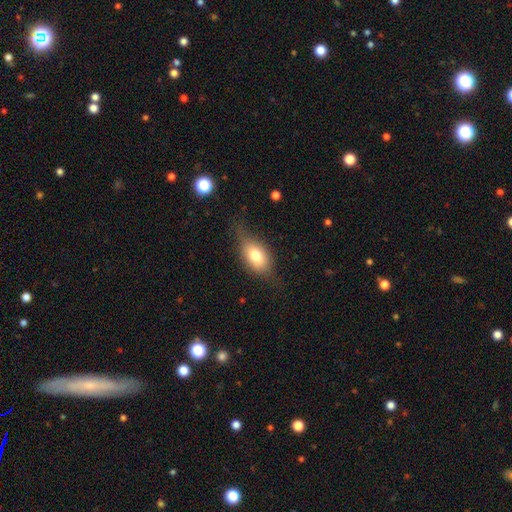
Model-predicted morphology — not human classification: This appears to be a smooth galaxy with no disk features (71%) that is in between round and cigar-shaped (84%). Merging: none (57%).